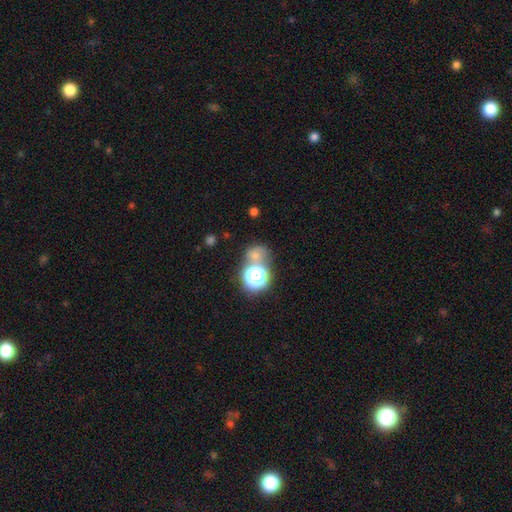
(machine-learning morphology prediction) A smooth galaxy with no disk features (61%) that is round (74%). Merging: none (55%).